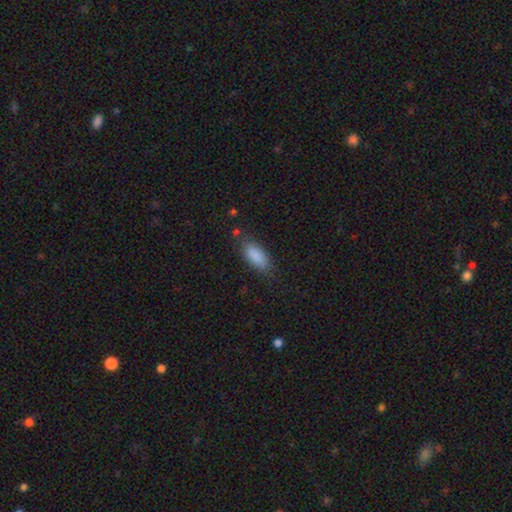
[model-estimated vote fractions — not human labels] smooth_or_featured: smooth (p=0.88) [alt: star or artifact p=0.07]
how_rounded: in between (p=0.84) [alt: cigar-shaped p=0.14]
merging: none (p=0.75) [alt: minor disturbance p=0.18]